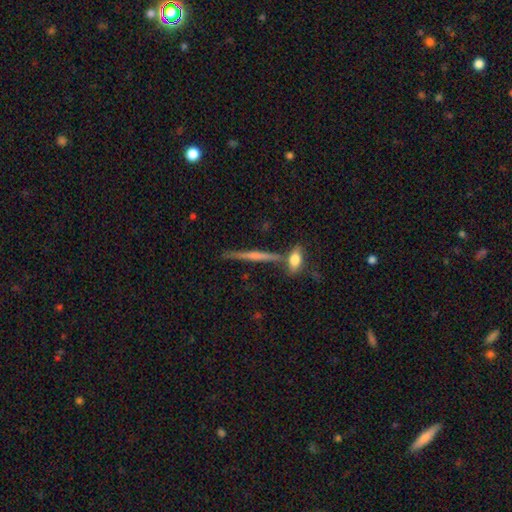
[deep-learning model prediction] Smooth or featured?
  - featured or disk: 57% *
  - smooth: 27%
  - star or artifact: 16%
Edge-on disk?
  - yes: 90% *
  - no: 10%
Edge-on bulge?
  - rounded: 61% *
  - none: 29%
  - boxy: 10%
Merging?
  - none: 66% *
  - merger: 19%
  - minor disturbance: 10%
  - major disturbance: 6%